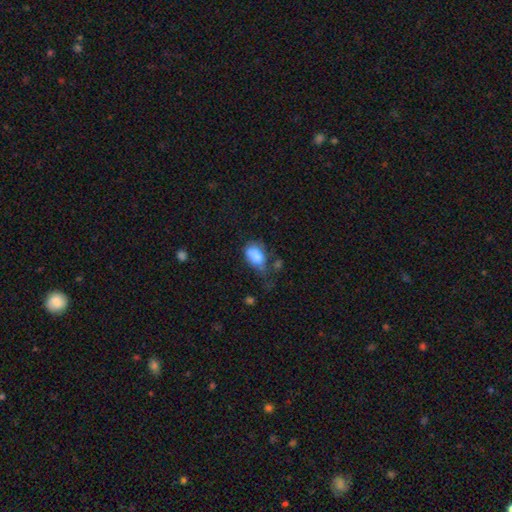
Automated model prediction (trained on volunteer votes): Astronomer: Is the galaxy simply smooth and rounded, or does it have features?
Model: smooth — 80%.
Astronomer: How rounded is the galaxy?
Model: in between — 86%.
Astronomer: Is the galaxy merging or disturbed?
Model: minor disturbance — 35% (runner-up: none, 32%).